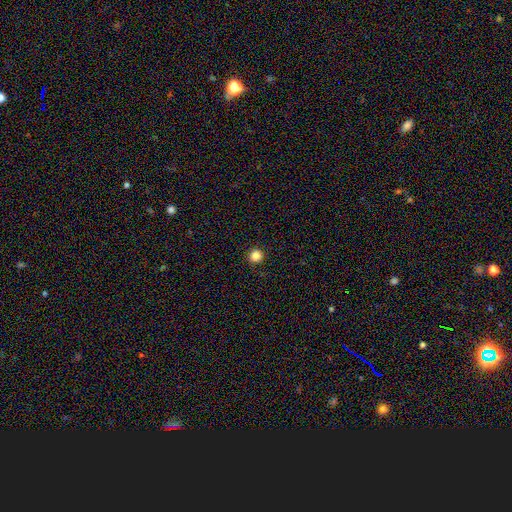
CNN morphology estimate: smooth 85%, star or artifact 12%, featured or disk 3%. Down the decision tree: how rounded — round (96%); merging — none (93%).